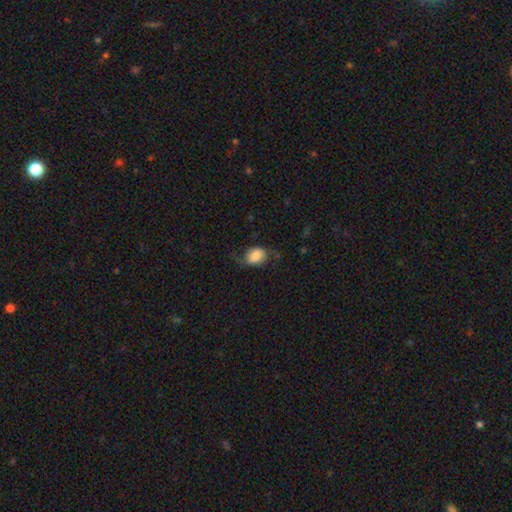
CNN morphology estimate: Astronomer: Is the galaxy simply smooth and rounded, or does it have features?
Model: smooth — 68%.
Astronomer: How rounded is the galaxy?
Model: in between — 66%.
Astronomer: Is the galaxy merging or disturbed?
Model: none — 56%.